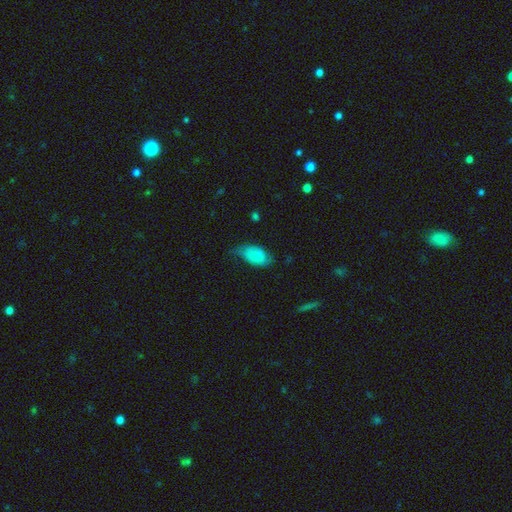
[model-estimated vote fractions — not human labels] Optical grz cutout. It shows a smooth galaxy with no disk features (70%) that is in between round and cigar-shaped (91%). Merging: minor disturbance (42%).